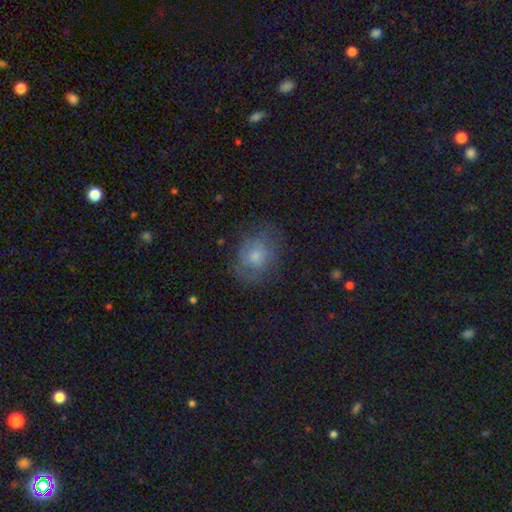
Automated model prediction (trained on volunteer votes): Q: Smooth or featured?
A: smooth (52%); runner-up: featured or disk (34%)
Q: How rounded?
A: round (55%); runner-up: in between (43%)
Q: Merging?
A: none (67%); runner-up: minor disturbance (21%)